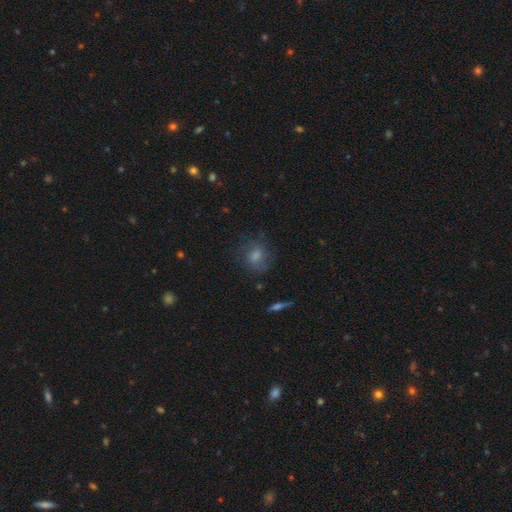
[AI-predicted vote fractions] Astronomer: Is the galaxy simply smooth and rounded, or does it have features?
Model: smooth — 59%.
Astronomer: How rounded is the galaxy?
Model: round — 69%.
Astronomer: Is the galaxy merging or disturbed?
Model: none — 69%.